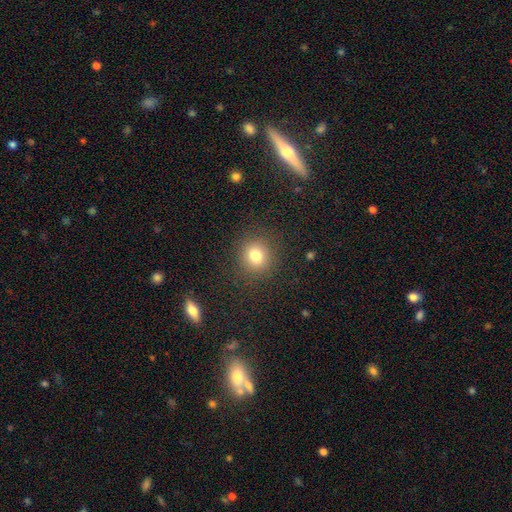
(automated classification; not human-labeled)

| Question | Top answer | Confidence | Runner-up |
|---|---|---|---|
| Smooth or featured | smooth | 79% | star or artifact (13%) |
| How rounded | round | 81% | in between (18%) |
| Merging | none | 88% | minor disturbance (8%) |